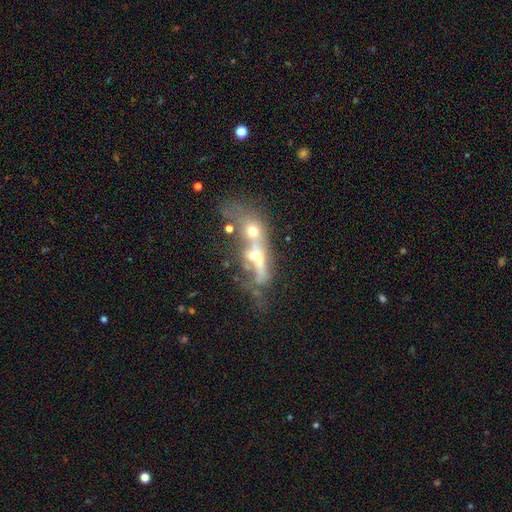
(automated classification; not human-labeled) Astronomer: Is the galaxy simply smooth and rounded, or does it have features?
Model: featured or disk — 53% (runner-up: smooth, 32%).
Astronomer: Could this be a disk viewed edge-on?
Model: no — 73%.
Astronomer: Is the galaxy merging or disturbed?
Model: merger — 64%.